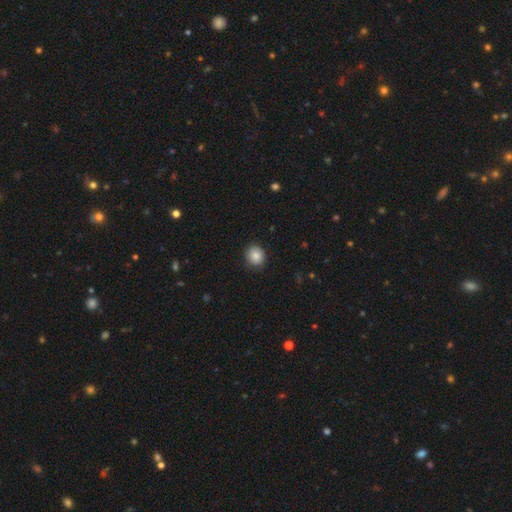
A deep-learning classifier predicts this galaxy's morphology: Smooth or featured? Predicted: smooth (p=0.84). How rounded? Predicted: round (p=0.83). Merging? Predicted: none (p=0.86).